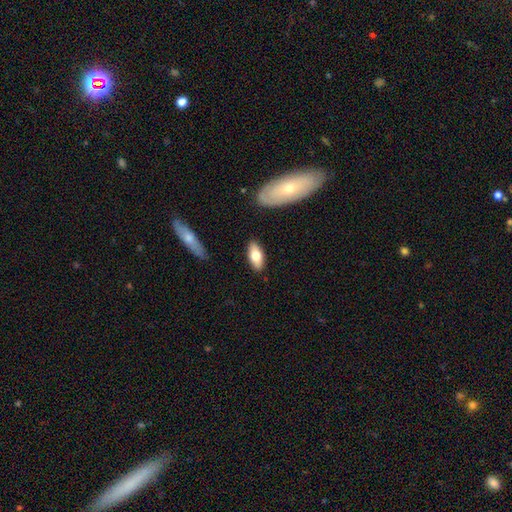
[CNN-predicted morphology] Overall: smooth (72%). How rounded: in between (83%). Merging: none (86%).